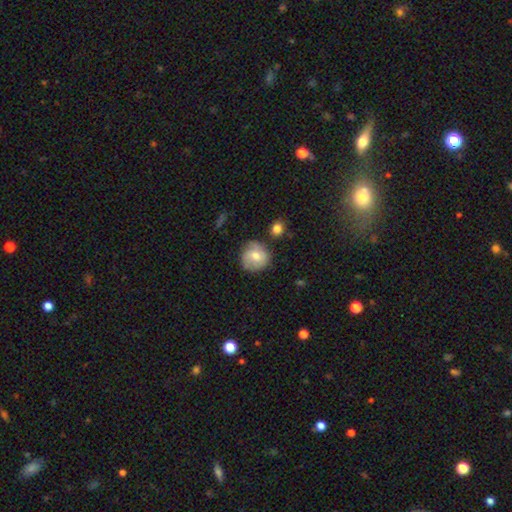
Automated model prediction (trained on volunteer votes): smooth 60%, featured or disk 32%, star or artifact 8%. Down the decision tree: how rounded — round (89%); merging — none (72%).